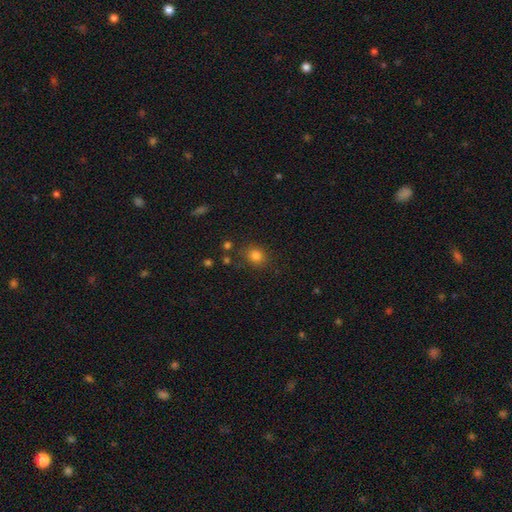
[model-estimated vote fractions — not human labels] smooth-or-featured: smooth: 81% | star or artifact: 13% | featured or disk: 6%
  how-rounded: round: 71% | in between: 28% | cigar-shaped: 1%
  merging: none: 82% | minor disturbance: 11% | merger: 4% | major disturbance: 4%